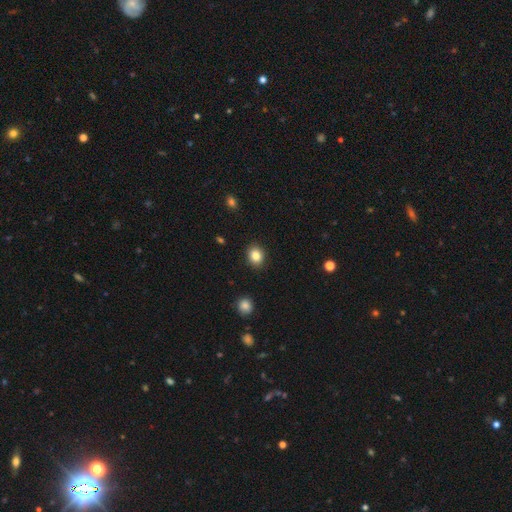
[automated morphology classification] A smooth galaxy with no disk features (85%) that is round (61%).

Vote fractions:
- Smooth or featured? smooth: 85% / star or artifact: 10% / featured or disk: 5%
- How rounded? round: 61% / in between: 38% / cigar-shaped: 1%
- Merging? none: 89% / minor disturbance: 7% / major disturbance: 2% / merger: 1%